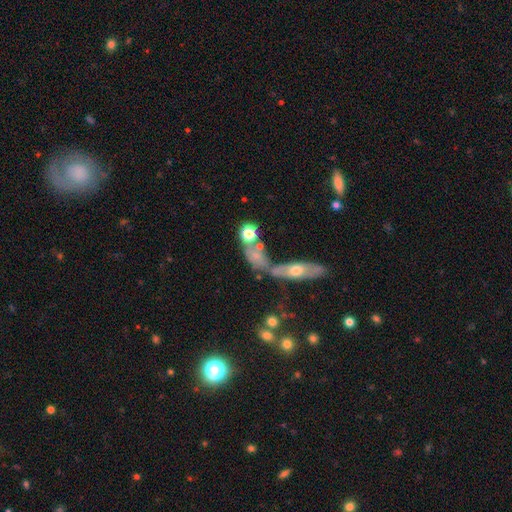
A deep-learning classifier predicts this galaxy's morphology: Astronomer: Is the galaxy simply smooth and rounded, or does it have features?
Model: smooth — 58%.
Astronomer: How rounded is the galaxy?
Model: in between — 55%.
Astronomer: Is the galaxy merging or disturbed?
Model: merger — 41% (runner-up: none, 35%).